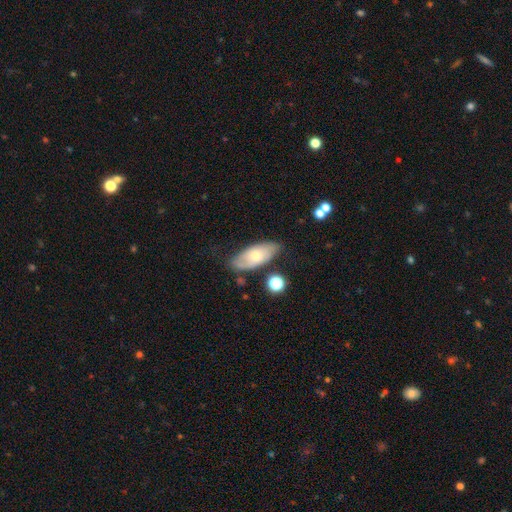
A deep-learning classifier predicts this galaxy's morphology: This is possibly a smooth galaxy (56%). How rounded: clearly in between (86%). Merging: likely none (67%).